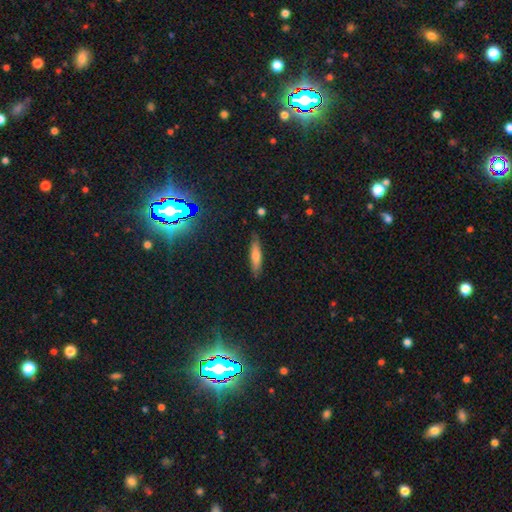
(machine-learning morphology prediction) type=smooth (66%); roundness=cigar-shaped (78%); merging=none (84%).